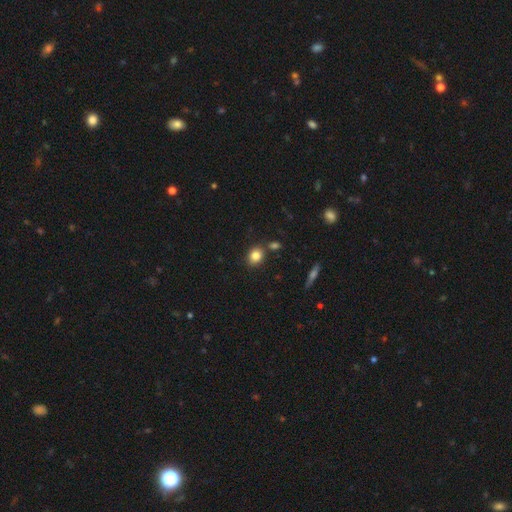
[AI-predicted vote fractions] A smooth galaxy with no disk features (82%) that is round (58%).

Vote fractions:
- Smooth or featured? smooth: 82% / star or artifact: 10% / featured or disk: 8%
- How rounded? round: 58% / in between: 41% / cigar-shaped: 1%
- Merging? none: 78% / minor disturbance: 10% / merger: 9% / major disturbance: 3%